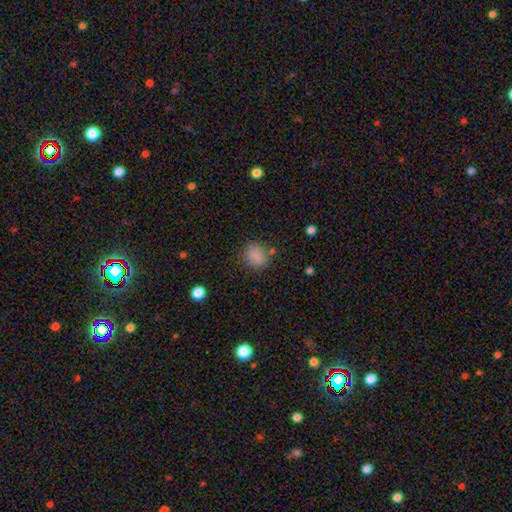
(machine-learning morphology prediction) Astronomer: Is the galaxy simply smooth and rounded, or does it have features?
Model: smooth — 81%.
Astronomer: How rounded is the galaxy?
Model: round — 60% (runner-up: in between, 39%).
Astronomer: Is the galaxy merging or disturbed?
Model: none — 75%.